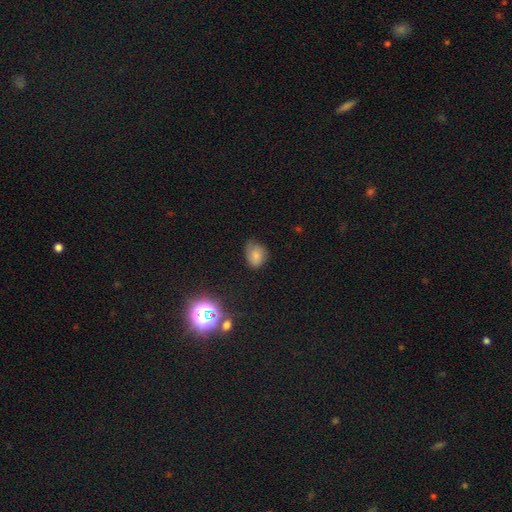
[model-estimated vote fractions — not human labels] Q: Smooth or featured?
A: smooth (70%); runner-up: featured or disk (16%)
Q: How rounded?
A: in between (59%); runner-up: round (40%)
Q: Merging?
A: none (55%); runner-up: minor disturbance (34%)